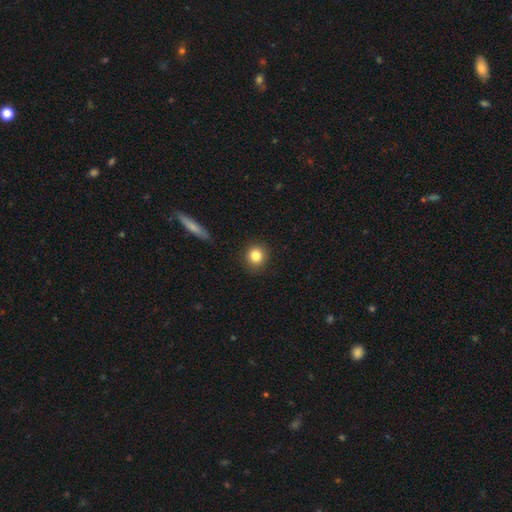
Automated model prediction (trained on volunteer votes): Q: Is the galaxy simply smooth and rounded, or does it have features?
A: smooth — 83%.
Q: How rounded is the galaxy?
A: round — 90%.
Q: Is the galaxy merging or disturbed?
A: none — 90%.